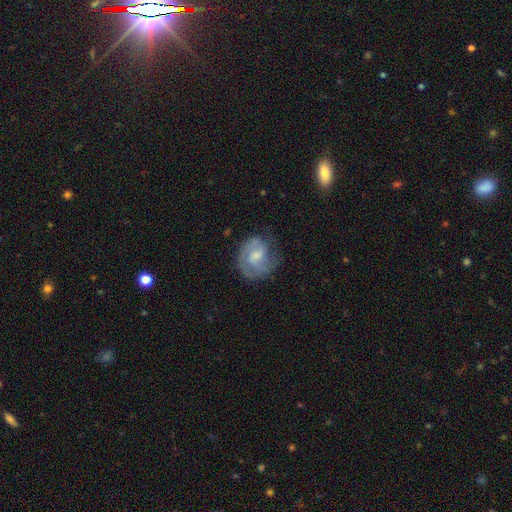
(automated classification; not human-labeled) Smooth or featured? featured or disk (62%)
Edge-on disk? no (97%)
Bar? weak (51%)
Spiral arms? yes (84%)
Spiral winding? medium (42%)
Spiral arm count? 2 (53%)
Bulge size? moderate (42%)
Merging? none (59%)